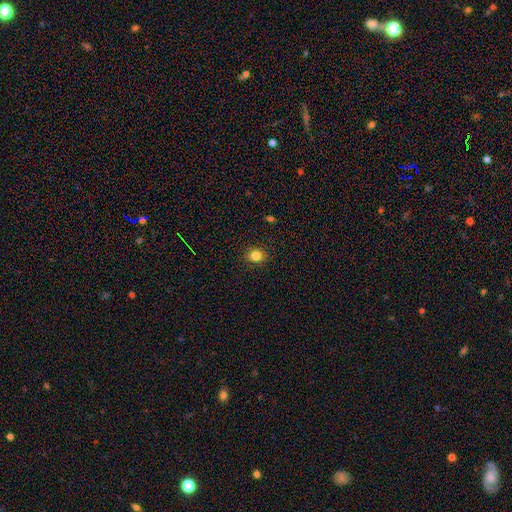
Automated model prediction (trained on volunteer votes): smooth_or_featured: smooth (p=0.83) [alt: star or artifact p=0.12]
how_rounded: round (p=0.72) [alt: in between p=0.27]
merging: none (p=0.89) [alt: minor disturbance p=0.08]